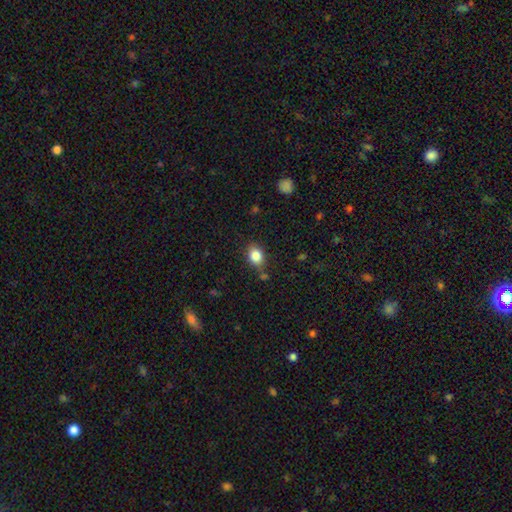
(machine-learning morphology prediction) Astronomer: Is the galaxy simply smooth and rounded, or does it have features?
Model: smooth — 85%.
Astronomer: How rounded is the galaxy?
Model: in between — 65%.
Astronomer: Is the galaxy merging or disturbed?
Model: none — 78%.